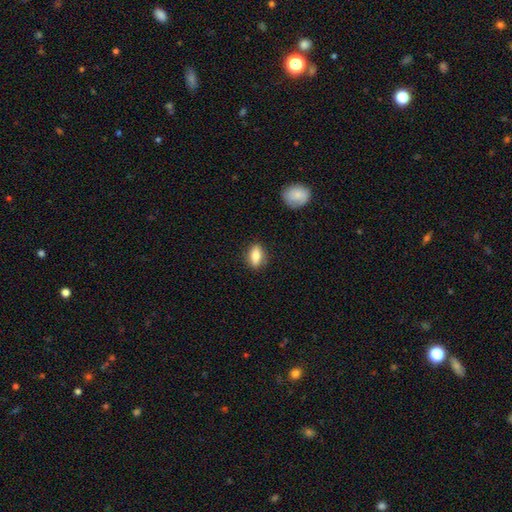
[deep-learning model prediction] This appears to be a smooth galaxy with no disk features (78%) that is in between round and cigar-shaped (76%). Merging: none (85%).